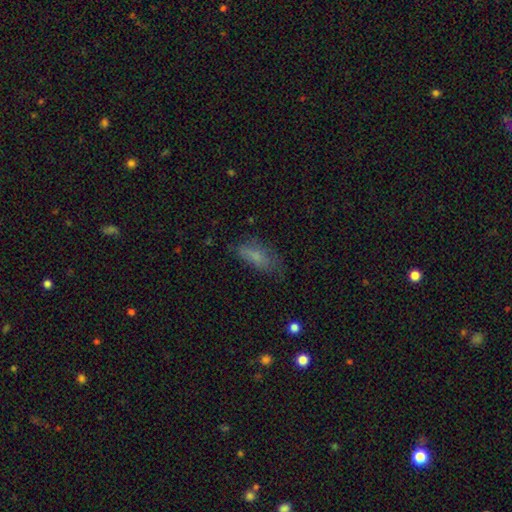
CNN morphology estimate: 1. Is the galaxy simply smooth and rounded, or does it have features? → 72% smooth, 17% featured or disk, 11% star or artifact.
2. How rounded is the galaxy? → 71% in between, 26% cigar-shaped, 3% round.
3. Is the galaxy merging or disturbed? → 53% none, 29% minor disturbance, 15% major disturbance, 3% merger.